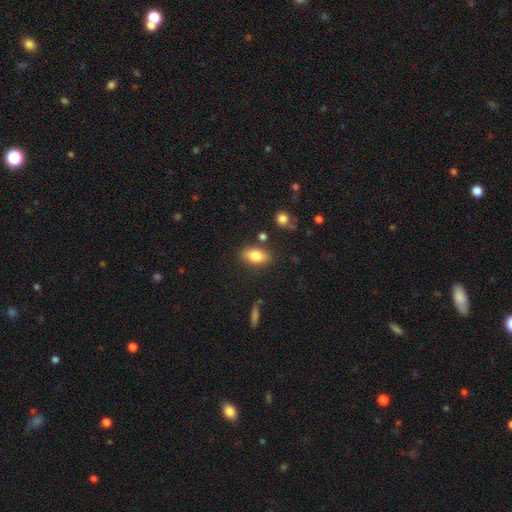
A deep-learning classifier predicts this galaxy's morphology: This appears to be a smooth galaxy with no disk features (82%) that is in between round and cigar-shaped (89%). Merging: none (81%).